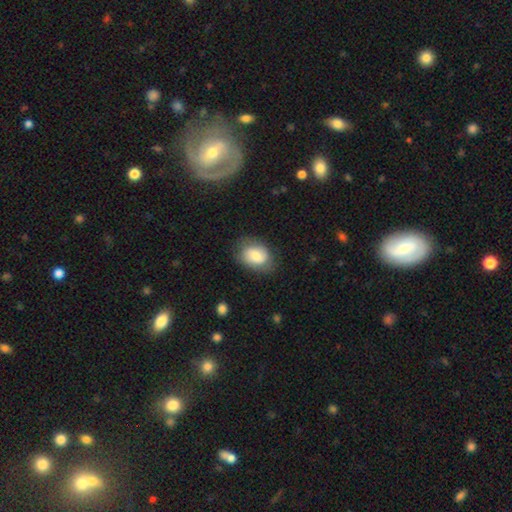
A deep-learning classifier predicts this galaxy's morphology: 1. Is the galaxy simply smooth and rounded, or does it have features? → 69% smooth, 24% featured or disk, 7% star or artifact.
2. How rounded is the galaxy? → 72% in between, 27% round, 1% cigar-shaped.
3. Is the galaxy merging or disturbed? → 72% none, 20% minor disturbance, 7% major disturbance, 1% merger.